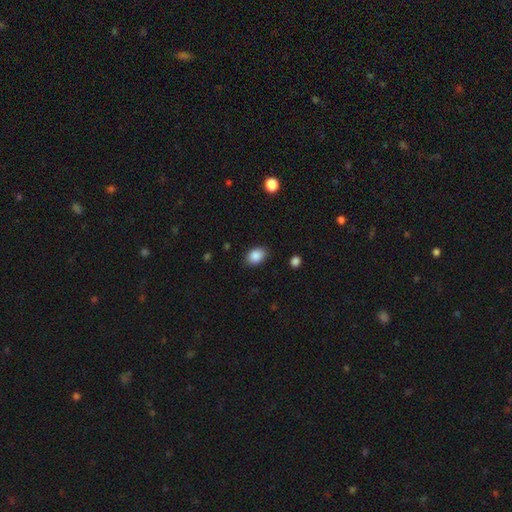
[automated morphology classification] smooth-or-featured: smooth: 88% | star or artifact: 8% | featured or disk: 4%
  how-rounded: in between: 78% | round: 21% | cigar-shaped: 1%
  merging: none: 85% | minor disturbance: 11% | major disturbance: 3% | merger: 1%